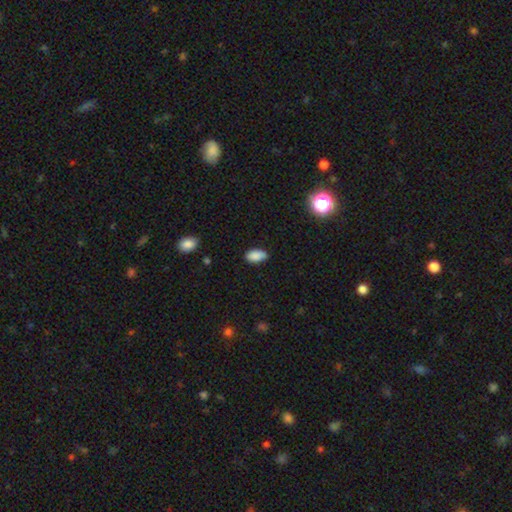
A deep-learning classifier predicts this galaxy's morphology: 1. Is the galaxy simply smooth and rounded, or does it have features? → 86% smooth, 9% star or artifact, 5% featured or disk.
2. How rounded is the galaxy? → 92% in between, 5% round, 3% cigar-shaped.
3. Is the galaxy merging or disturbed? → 75% none, 20% minor disturbance, 3% major disturbance, 2% merger.